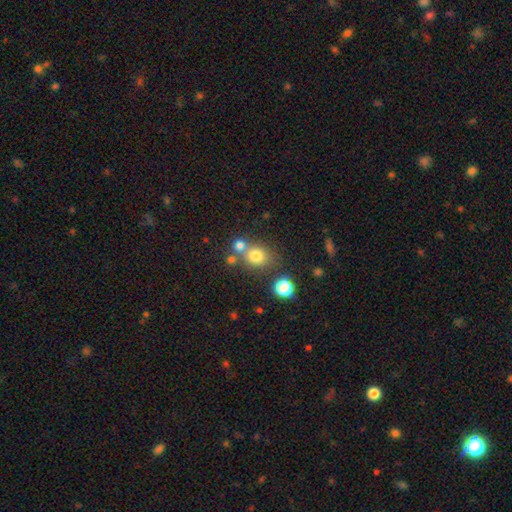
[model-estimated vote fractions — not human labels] Smooth or featured?
  - smooth: 76% *
  - star or artifact: 15%
  - featured or disk: 9%
How rounded?
  - round: 76% *
  - in between: 23%
  - cigar-shaped: 1%
Merging?
  - none: 59% *
  - merger: 27%
  - minor disturbance: 10%
  - major disturbance: 4%